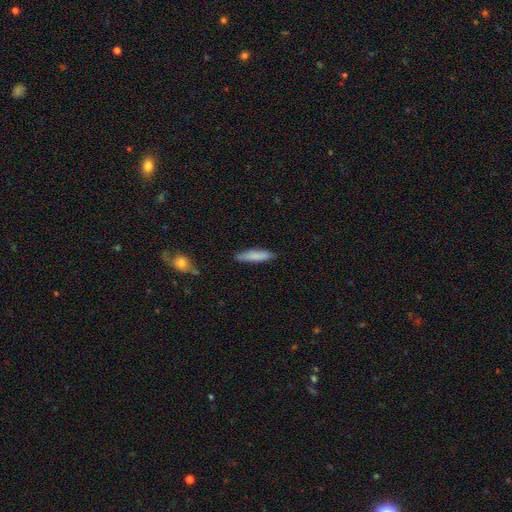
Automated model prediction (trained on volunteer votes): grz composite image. It shows a smooth galaxy with no disk features (83%) that is cigar-shaped (77%). Merging: none (82%).